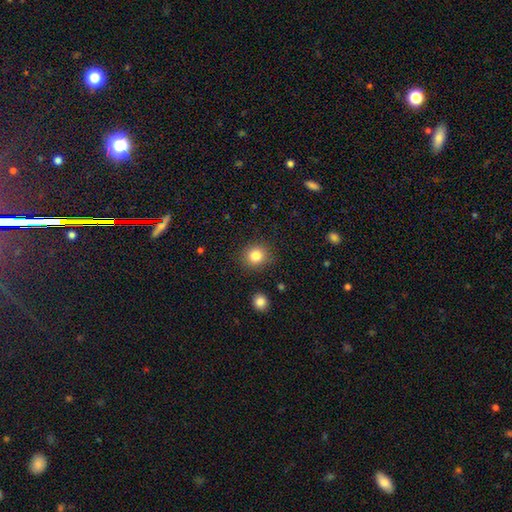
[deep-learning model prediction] This appears to be a smooth galaxy with no disk features (84%) that is round (86%). Merging: none (88%).